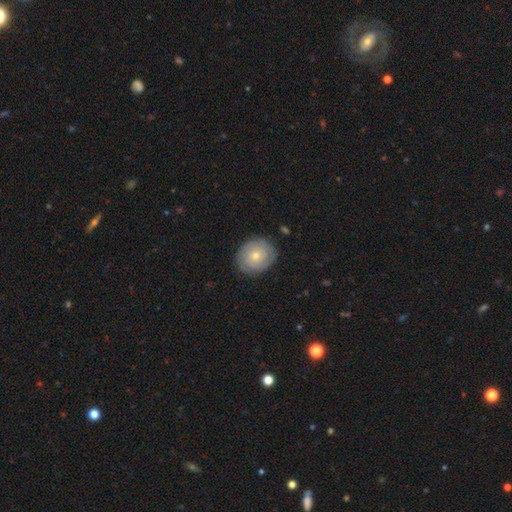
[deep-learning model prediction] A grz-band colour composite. It shows a smooth galaxy with no disk features (58%) that is round (76%). Merging: none (84%).